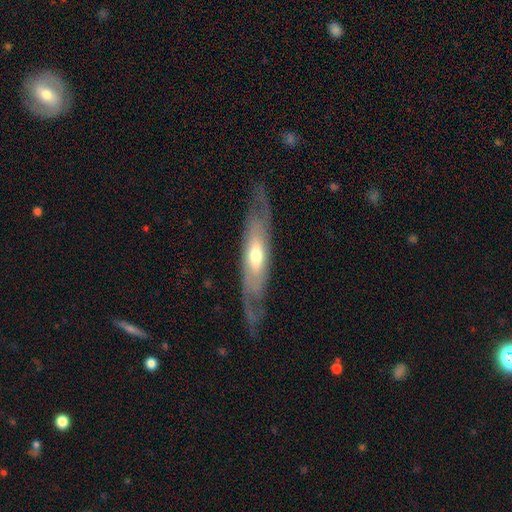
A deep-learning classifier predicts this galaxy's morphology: type=featured or disk (70%); edge-on=no (51%); merging=none (73%).